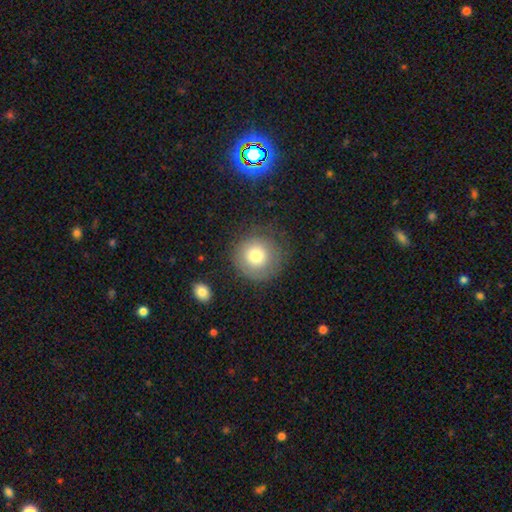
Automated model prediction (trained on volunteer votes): Overall: smooth (74%). How rounded: round (94%). Merging: none (74%).